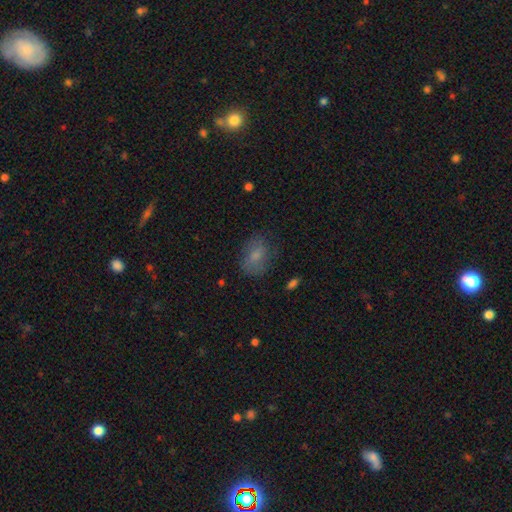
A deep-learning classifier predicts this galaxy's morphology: Smooth or featured: smooth — 69% (featured or disk — 21%)
How rounded: in between — 73% (round — 25%)
Merging: none — 69% (minor disturbance — 21%)